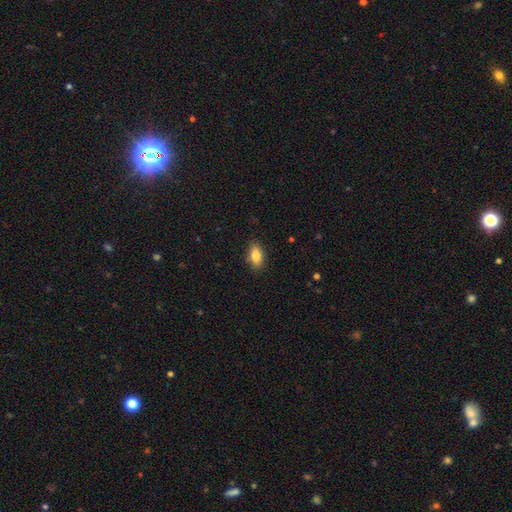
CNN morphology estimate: Q: Smooth or featured?
A: smooth (84%); runner-up: featured or disk (9%)
Q: How rounded?
A: in between (88%); runner-up: cigar-shaped (7%)
Q: Merging?
A: none (87%); runner-up: minor disturbance (10%)